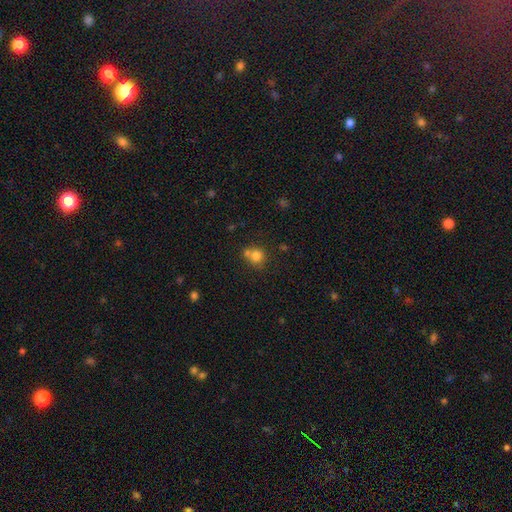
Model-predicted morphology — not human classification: Smooth or featured: smooth — 78% (star or artifact — 12%)
How rounded: round — 85% (in between — 14%)
Merging: none — 48% (merger — 40%)